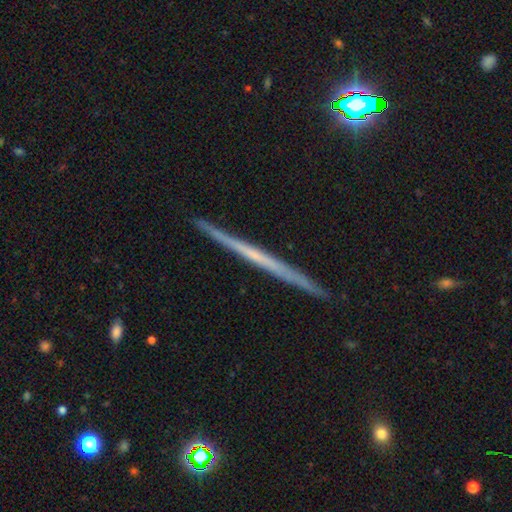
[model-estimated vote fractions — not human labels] This appears to be a featured or disk galaxy (63%) viewed edge-on (98%) with no central bulge (88%). Merging: none (92%).